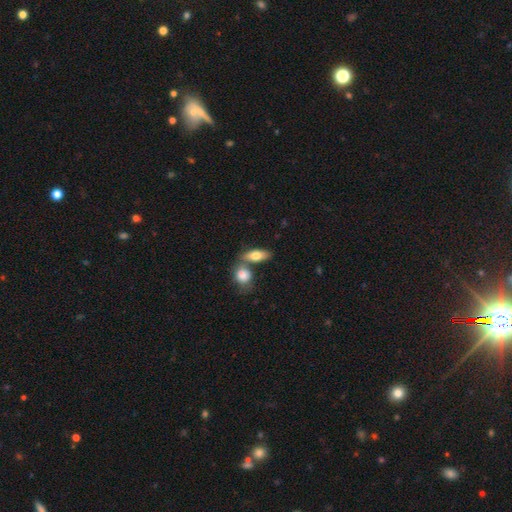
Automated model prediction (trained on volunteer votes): Smooth or featured? Predicted: smooth (p=0.76). How rounded? Predicted: in between (p=0.79). Merging? Predicted: none (p=0.44).